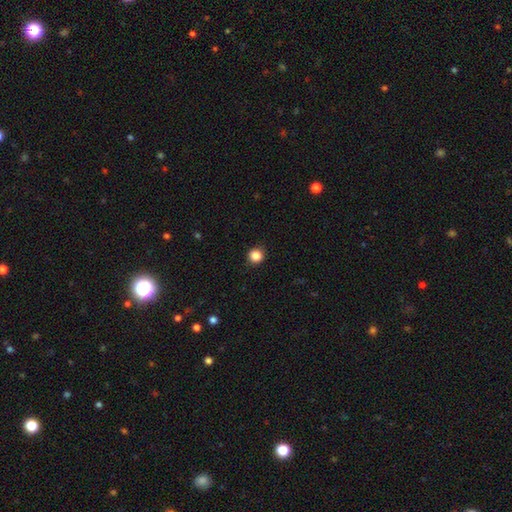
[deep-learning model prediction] Morphology: type=smooth (86%); roundness=round (92%); merging=none (91%).